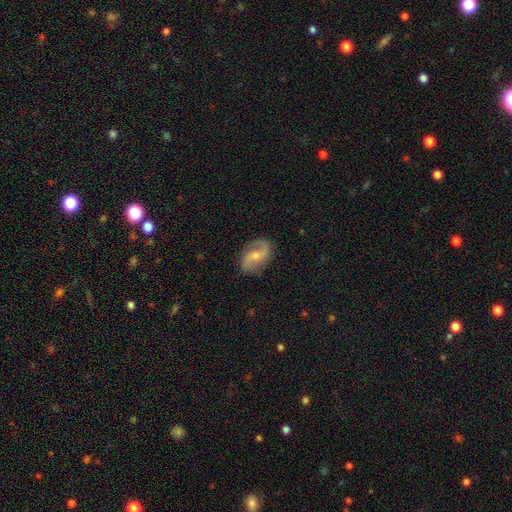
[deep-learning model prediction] Smooth or featured?
  - featured or disk: 83% *
  - smooth: 11%
  - star or artifact: 6%
Edge-on disk?
  - no: 97% *
  - yes: 3%
Bar?
  - weak: 48% *
  - no: 37%
  - strong: 15%
Spiral arms?
  - yes: 96% *
  - no: 4%
Spiral winding?
  - loose: 47% *
  - medium: 42%
  - tight: 12%
Spiral arm count?
  - 2: 91% *
  - 1: 3%
  - can't tell: 3%
  - 3: 1%
  - 4: 1%
  - more than 4: 1%
Bulge size?
  - moderate: 50% *
  - small: 40%
  - none: 6%
  - large: 3%
  - dominant: 1%
Merging?
  - none: 82% *
  - minor disturbance: 13%
  - major disturbance: 4%
  - merger: 1%